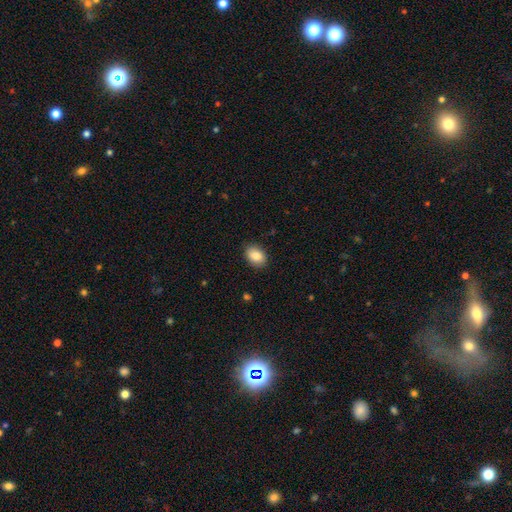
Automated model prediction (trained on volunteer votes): Overall: smooth (86%). How rounded: in between (80%). Merging: none (88%).